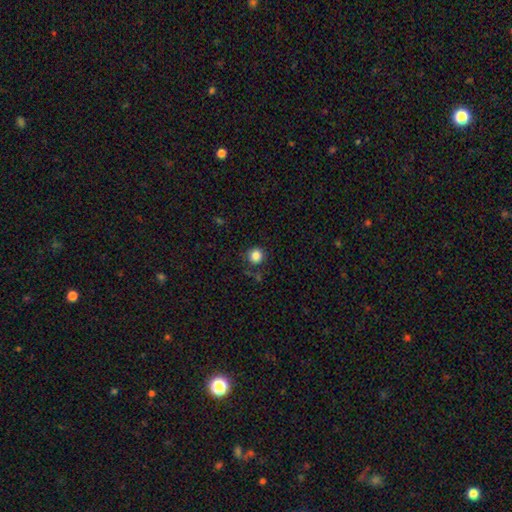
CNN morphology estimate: Overall: smooth (85%). How rounded: round (94%). Merging: none (84%).